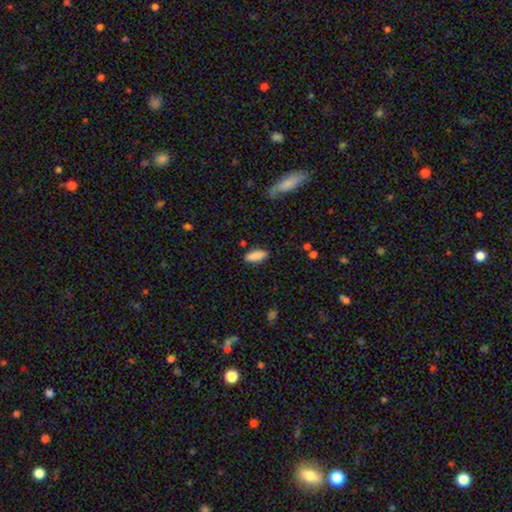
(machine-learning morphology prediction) This is clearly a smooth galaxy (87%). How rounded: likely in between (72%). Merging: clearly none (85%).